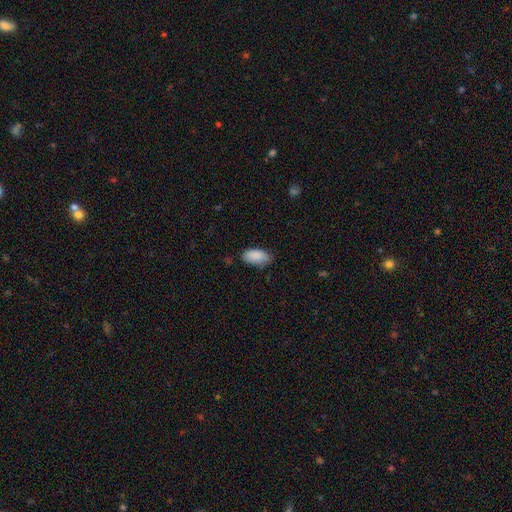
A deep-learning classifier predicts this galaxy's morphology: Smooth or featured?
  - smooth: 89% *
  - star or artifact: 7%
  - featured or disk: 5%
How rounded?
  - in between: 94% *
  - cigar-shaped: 3%
  - round: 3%
Merging?
  - none: 72% *
  - minor disturbance: 22%
  - major disturbance: 4%
  - merger: 1%